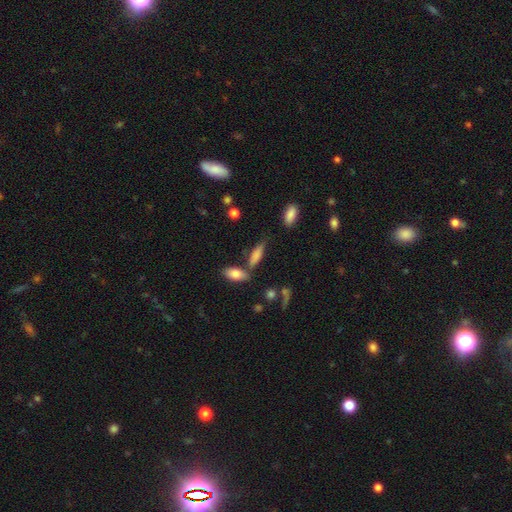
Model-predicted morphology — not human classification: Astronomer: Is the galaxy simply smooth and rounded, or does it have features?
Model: smooth — 69%.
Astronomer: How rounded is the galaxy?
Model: in between — 55% (runner-up: cigar-shaped, 41%).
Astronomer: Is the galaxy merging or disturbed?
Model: none — 64%.